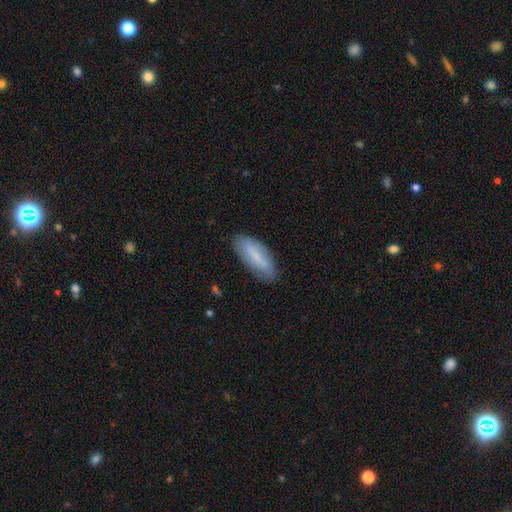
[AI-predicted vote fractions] Smooth or featured?
  - smooth: 64% *
  - featured or disk: 29%
  - star or artifact: 7%
How rounded?
  - in between: 66% *
  - cigar-shaped: 32%
  - round: 2%
Merging?
  - none: 82% *
  - minor disturbance: 14%
  - major disturbance: 3%
  - merger: 1%